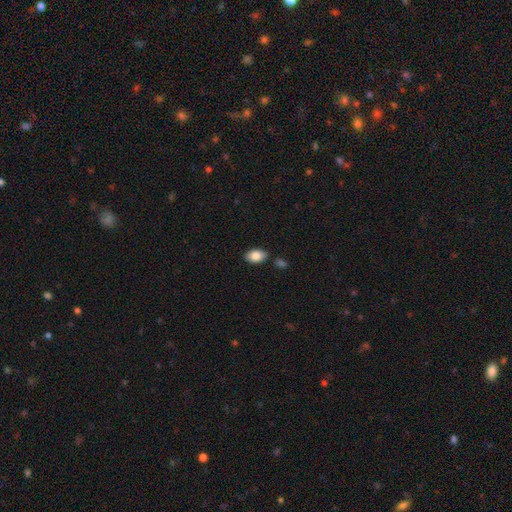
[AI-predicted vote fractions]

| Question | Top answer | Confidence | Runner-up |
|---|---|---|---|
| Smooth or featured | smooth | 85% | featured or disk (8%) |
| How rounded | in between | 90% | round (8%) |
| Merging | none | 82% | minor disturbance (11%) |